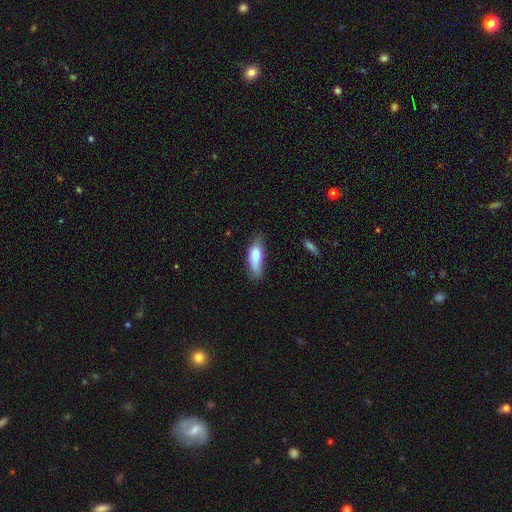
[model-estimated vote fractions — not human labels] A smooth galaxy with no disk features (78%) that is in between round and cigar-shaped (60%). Merging: none (54%).